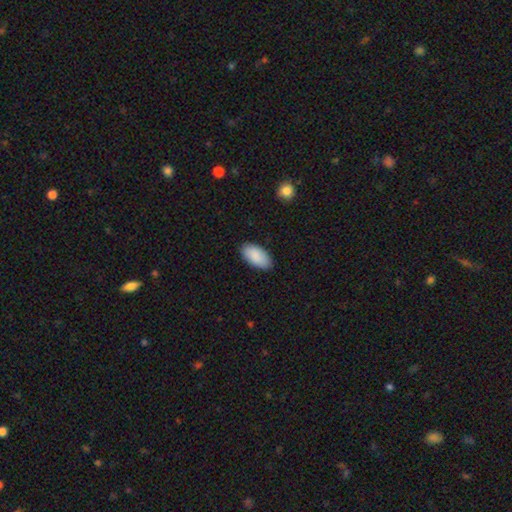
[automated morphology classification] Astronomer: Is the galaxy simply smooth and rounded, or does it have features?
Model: smooth — 90%.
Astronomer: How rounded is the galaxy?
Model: in between — 95%.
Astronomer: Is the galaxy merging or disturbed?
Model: none — 87%.